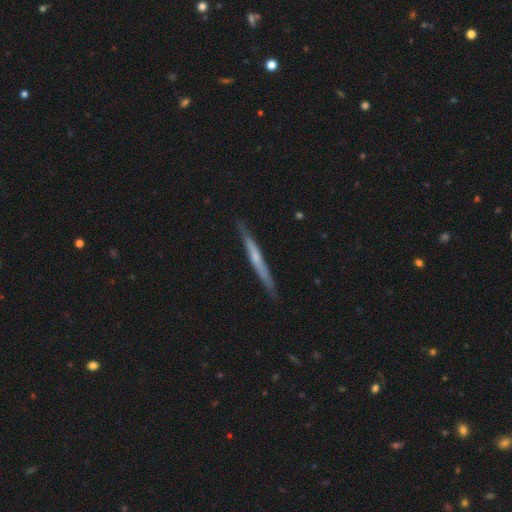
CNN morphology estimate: Q: Smooth or featured?
A: featured or disk (63%); runner-up: smooth (31%)
Q: Edge-on disk?
A: yes (97%); runner-up: no (3%)
Q: Edge-on bulge?
A: none (57%); runner-up: rounded (36%)
Q: Merging?
A: none (89%); runner-up: minor disturbance (8%)